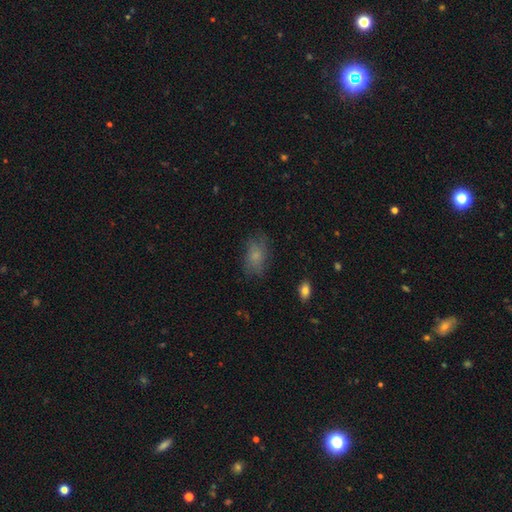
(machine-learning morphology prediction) Smooth or featured? Predicted: smooth (p=0.70). How rounded? Predicted: in between (p=0.85). Merging? Predicted: none (p=0.69).